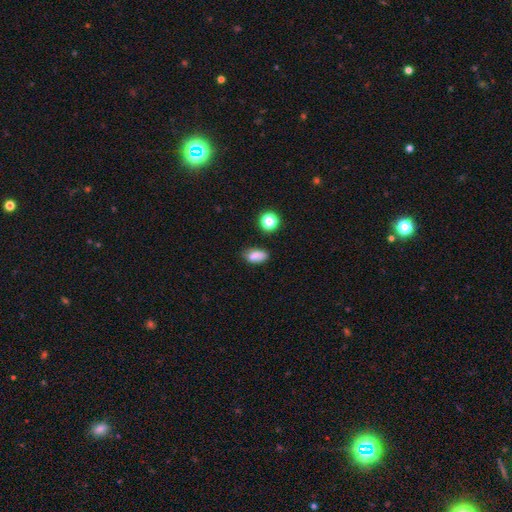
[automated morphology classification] Smooth or featured?
  - smooth: 77% *
  - star or artifact: 12%
  - featured or disk: 11%
How rounded?
  - in between: 85% *
  - round: 10%
  - cigar-shaped: 5%
Merging?
  - none: 68% *
  - minor disturbance: 20%
  - merger: 7%
  - major disturbance: 5%